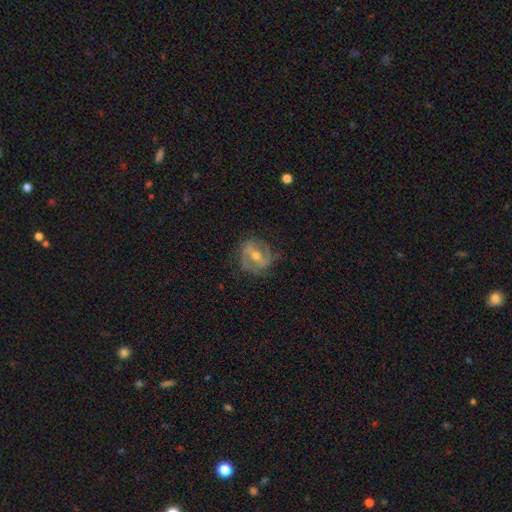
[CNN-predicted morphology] Smooth or featured? Predicted: featured or disk (p=0.76). Edge-on disk? Predicted: no (p=0.96). Bar? Predicted: weak (p=0.44). Spiral arms? Predicted: yes (p=0.84). Spiral winding? Predicted: medium (p=0.44). Spiral arm count? Predicted: 2 (p=0.59). Bulge size? Predicted: moderate (p=0.64). Merging? Predicted: none (p=0.73).